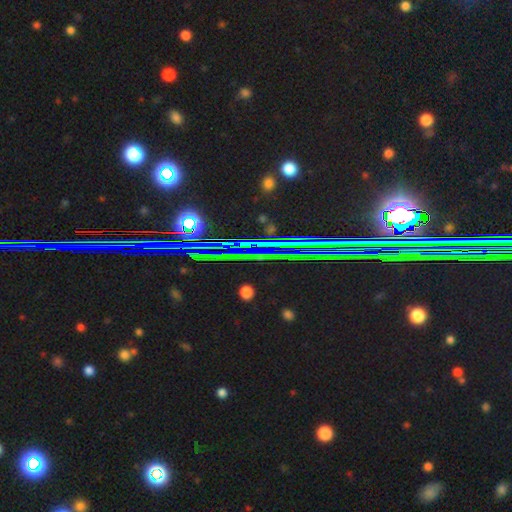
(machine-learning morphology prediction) Overall: star or artifact (80%).